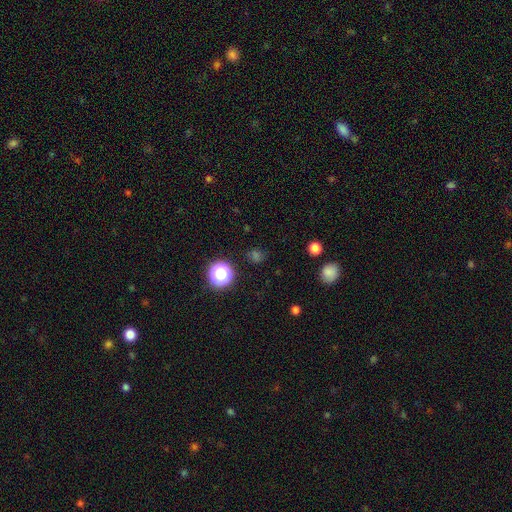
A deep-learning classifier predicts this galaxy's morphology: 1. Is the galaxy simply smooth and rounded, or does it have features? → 50% smooth, 44% star or artifact, 6% featured or disk.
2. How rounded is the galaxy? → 86% round, 13% in between, 2% cigar-shaped.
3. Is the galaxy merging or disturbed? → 84% none, 9% minor disturbance, 4% major disturbance, 3% merger.